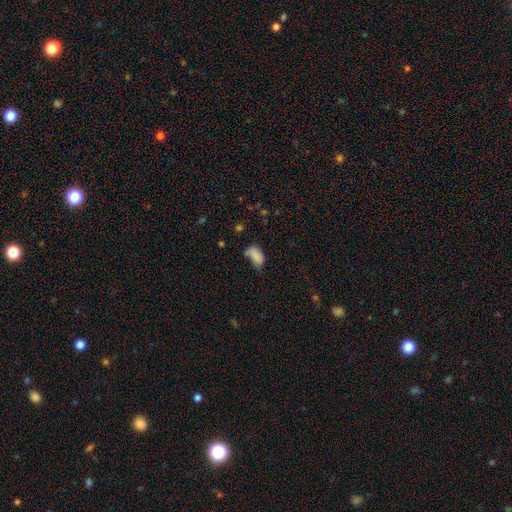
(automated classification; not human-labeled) smooth-or-featured: smooth: 80% | star or artifact: 10% | featured or disk: 10%
  how-rounded: in between: 92% | round: 6% | cigar-shaped: 3%
  merging: minor disturbance: 36% | none: 33% | major disturbance: 23% | merger: 8%